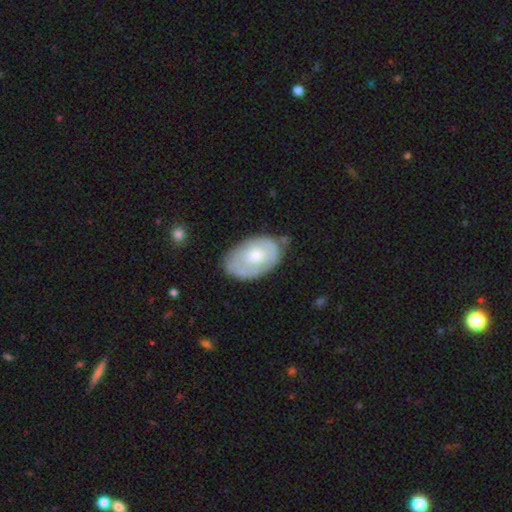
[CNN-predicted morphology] Smooth or featured? Predicted: featured or disk (p=0.49). Merging? Predicted: none (p=0.64).